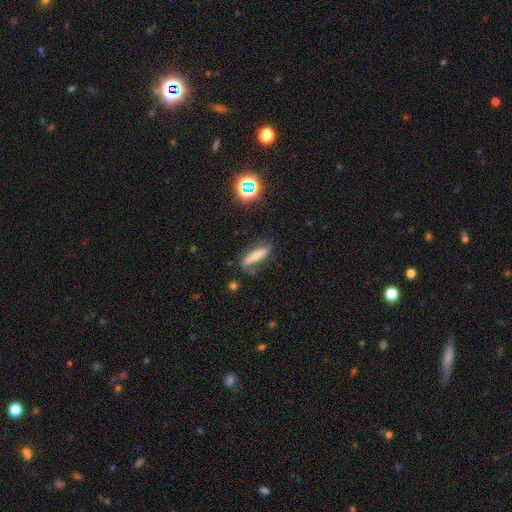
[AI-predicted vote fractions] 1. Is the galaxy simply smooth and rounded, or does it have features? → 50% smooth, 39% featured or disk, 12% star or artifact.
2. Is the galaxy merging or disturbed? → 61% none, 24% minor disturbance, 11% major disturbance, 4% merger.